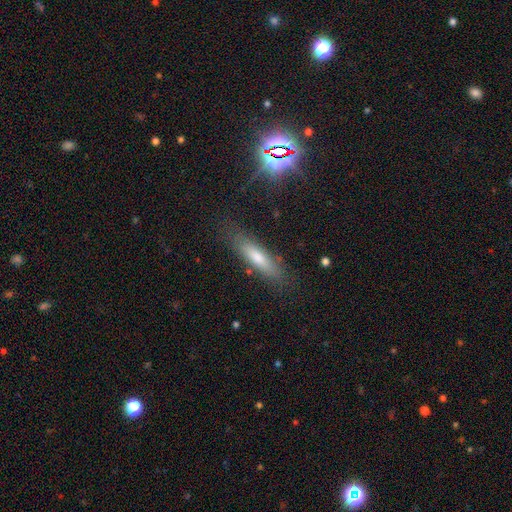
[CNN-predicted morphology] Smooth or featured: smooth — 59% (featured or disk — 26%)
How rounded: cigar-shaped — 77% (in between — 21%)
Merging: none — 82% (minor disturbance — 13%)